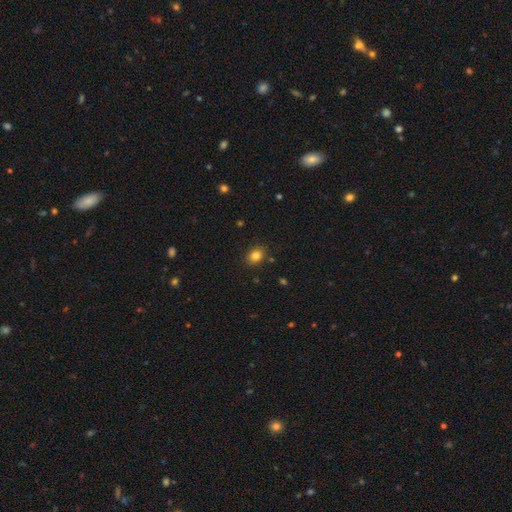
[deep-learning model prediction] smooth_or_featured: smooth (p=0.83) [alt: star or artifact p=0.11]
how_rounded: in between (p=0.54) [alt: round p=0.45]
merging: none (p=0.86) [alt: minor disturbance p=0.09]